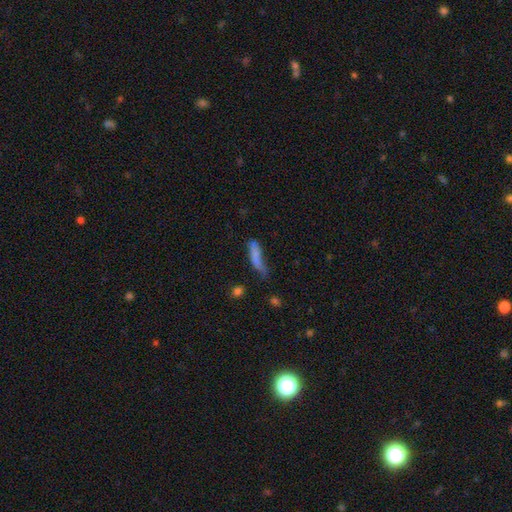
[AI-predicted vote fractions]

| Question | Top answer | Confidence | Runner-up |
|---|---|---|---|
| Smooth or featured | smooth | 73% | featured or disk (17%) |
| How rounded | cigar-shaped | 71% | in between (27%) |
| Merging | none | 37% | minor disturbance (32%) |